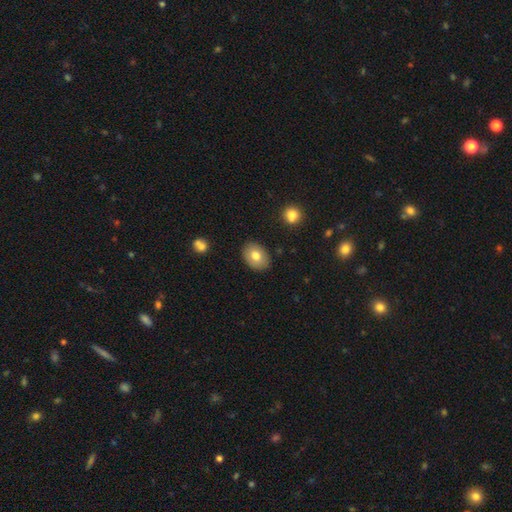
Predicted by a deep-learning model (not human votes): Smooth or featured: smooth — 75% (featured or disk — 17%)
How rounded: in between — 74% (round — 25%)
Merging: none — 87% (minor disturbance — 10%)